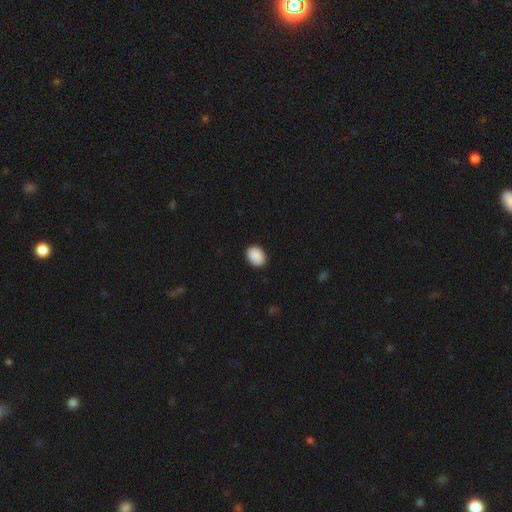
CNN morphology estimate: This is clearly a smooth galaxy (91%). How rounded: likely in between (63%). Merging: clearly none (89%).